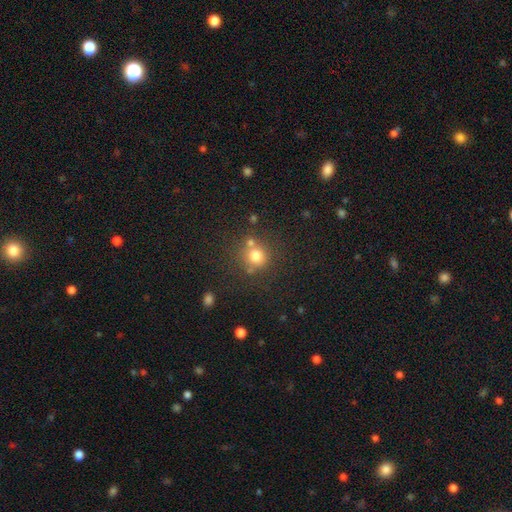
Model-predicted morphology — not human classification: The model was most divided on "merging": none: 66%, merger: 19%, minor disturbance: 11%, major disturbance: 4%. More confident: how rounded — round (88%); smooth or featured — smooth (76%).